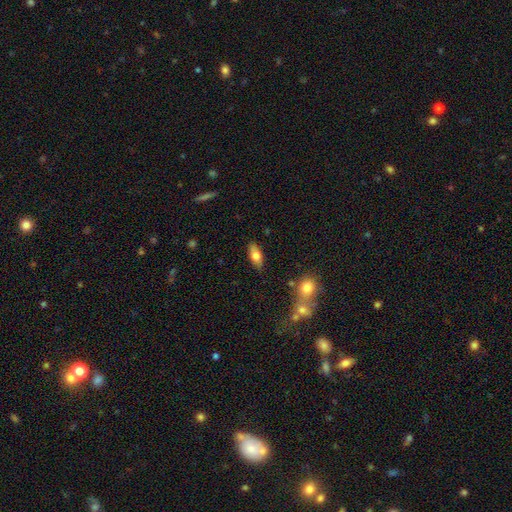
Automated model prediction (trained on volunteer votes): Smooth or featured: smooth — 69% (featured or disk — 24%)
How rounded: in between — 79% (cigar-shaped — 17%)
Merging: none — 83% (minor disturbance — 11%)